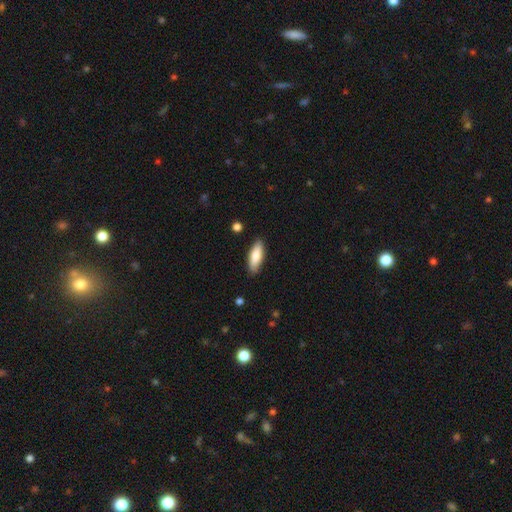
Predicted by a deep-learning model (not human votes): This appears to be a smooth galaxy with no disk features (80%) that is in between round and cigar-shaped (62%). Merging: none (87%).